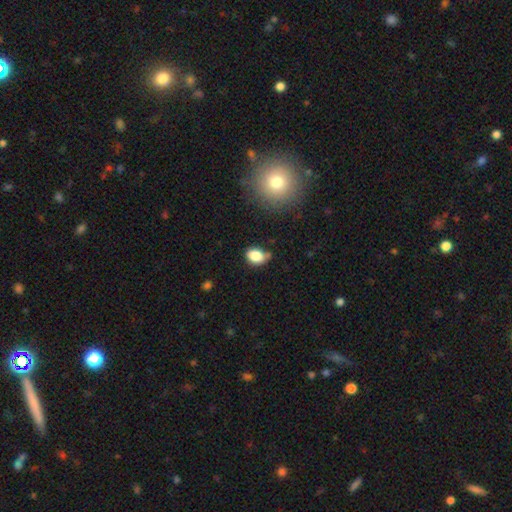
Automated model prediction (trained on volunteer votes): A smooth galaxy with no disk features (83%) that is in between round and cigar-shaped (70%).

Vote fractions:
- Smooth or featured? smooth: 83% / star or artifact: 10% / featured or disk: 7%
- How rounded? in between: 70% / round: 28% / cigar-shaped: 1%
- Merging? none: 52% / minor disturbance: 33% / major disturbance: 8% / merger: 7%